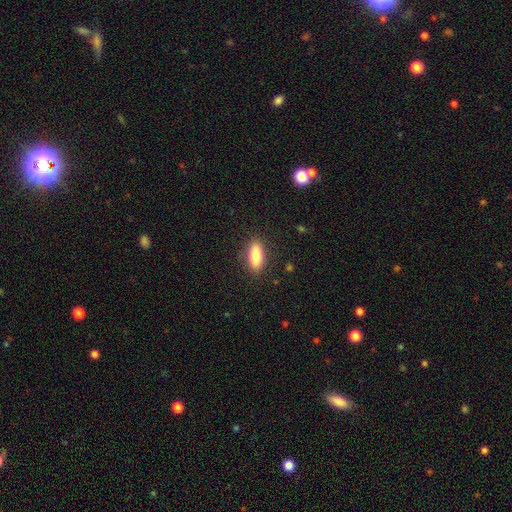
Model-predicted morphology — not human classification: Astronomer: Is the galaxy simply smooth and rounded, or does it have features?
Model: smooth — 80%.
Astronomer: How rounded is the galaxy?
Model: in between — 75%.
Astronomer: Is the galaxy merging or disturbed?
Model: none — 87%.